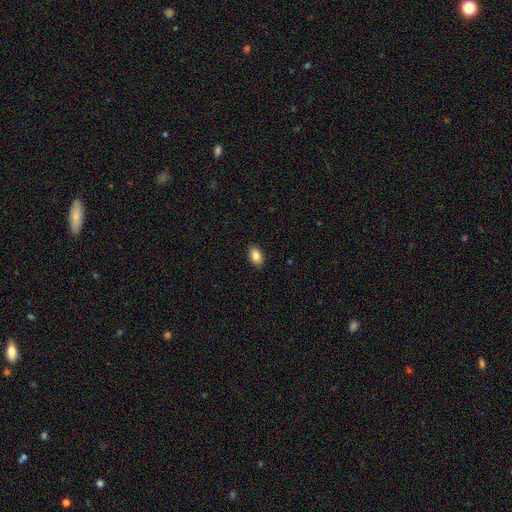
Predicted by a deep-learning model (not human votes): Smooth or featured? Predicted: smooth (p=0.87). How rounded? Predicted: in between (p=0.89). Merging? Predicted: none (p=0.88).